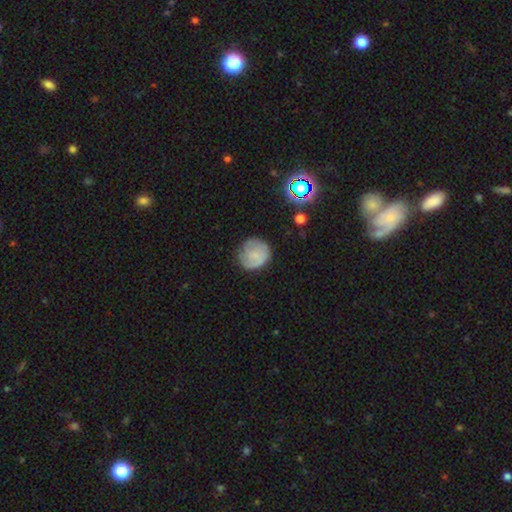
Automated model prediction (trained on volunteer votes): This appears to be a smooth galaxy with no disk features (69%) that is round (90%). Merging: none (72%).